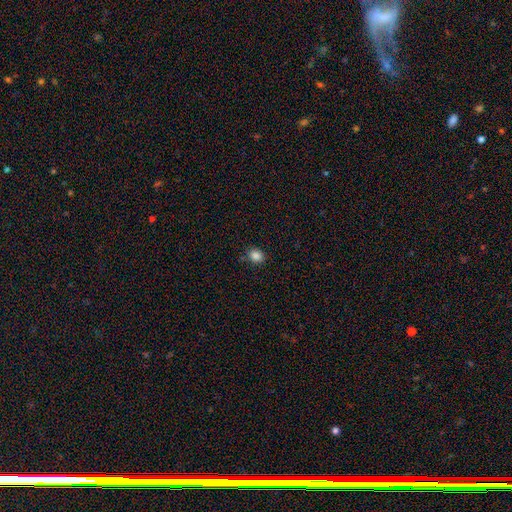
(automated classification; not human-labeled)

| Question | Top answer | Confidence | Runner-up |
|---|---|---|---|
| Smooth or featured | smooth | 85% | star or artifact (11%) |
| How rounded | round | 62% | in between (37%) |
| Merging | none | 82% | minor disturbance (12%) |